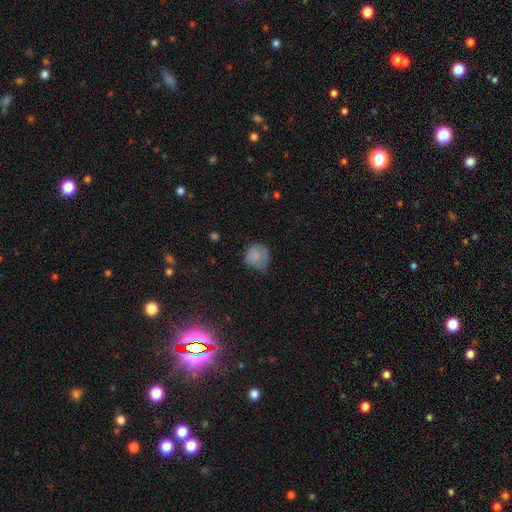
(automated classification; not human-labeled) Morphology: type=smooth (76%); roundness=round (76%); merging=none (41%).